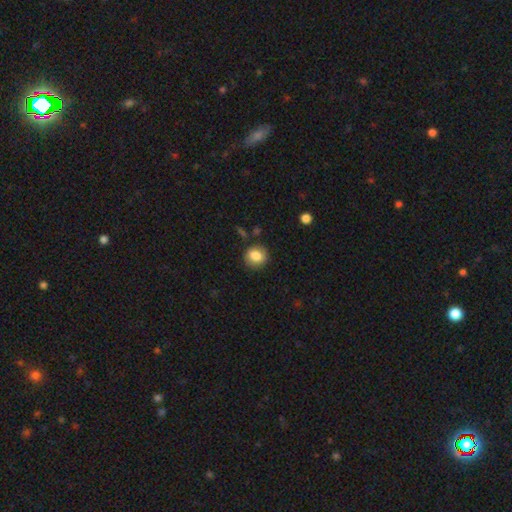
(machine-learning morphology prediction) Smooth or featured: smooth — 84% (star or artifact — 9%)
How rounded: round — 74% (in between — 25%)
Merging: none — 81% (minor disturbance — 13%)